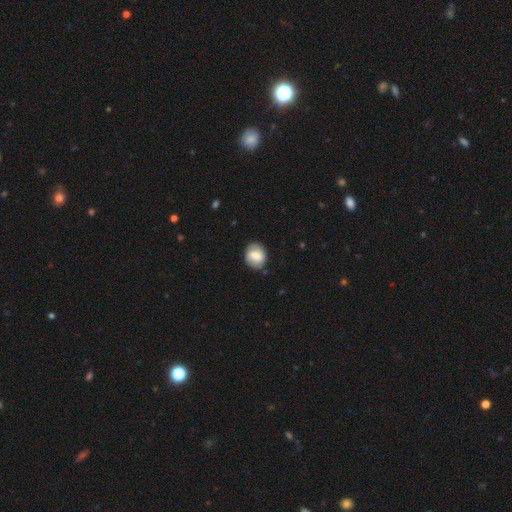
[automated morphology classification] This is likely a smooth galaxy (68%). How rounded: likely round (68%). Merging: likely none (80%).